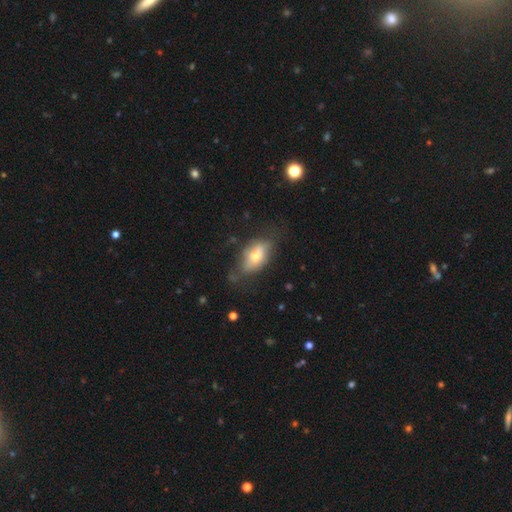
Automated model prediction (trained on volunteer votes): Smooth or featured? smooth (57%)
How rounded? in between (86%)
Merging? none (56%)